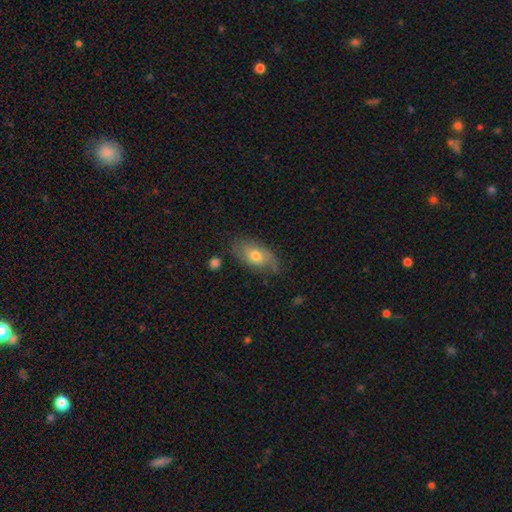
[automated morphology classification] Smooth or featured? smooth (56%)
How rounded? in between (89%)
Merging? none (66%)